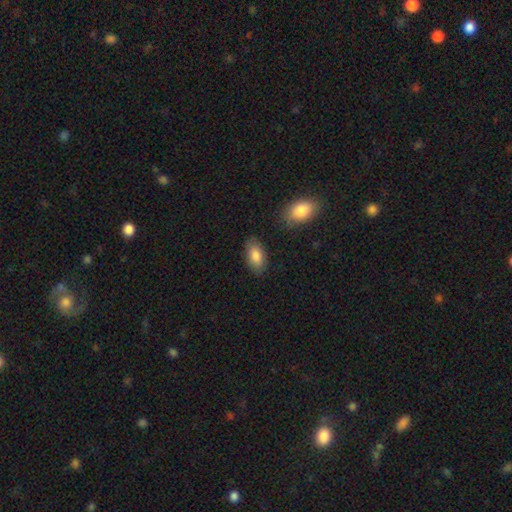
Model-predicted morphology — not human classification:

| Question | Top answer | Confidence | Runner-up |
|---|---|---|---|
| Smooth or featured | smooth | 85% | featured or disk (8%) |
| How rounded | in between | 94% | cigar-shaped (3%) |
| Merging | none | 83% | minor disturbance (13%) |